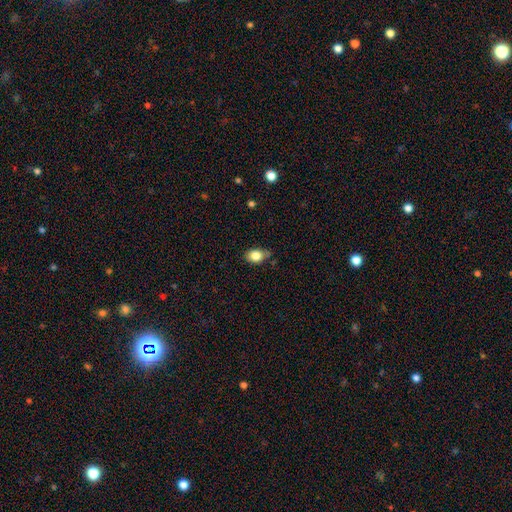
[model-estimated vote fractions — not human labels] Smooth or featured? smooth (83%)
How rounded? in between (75%)
Merging? none (70%)